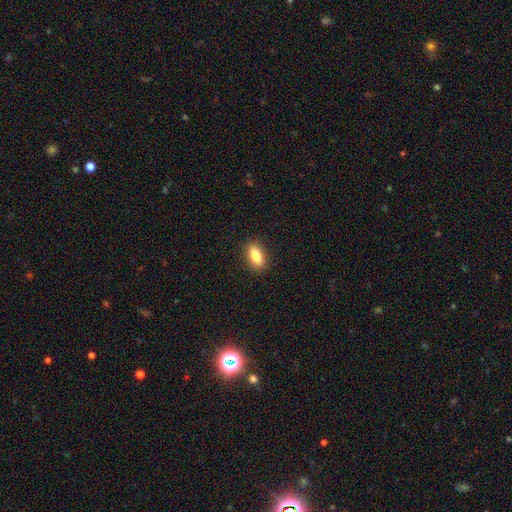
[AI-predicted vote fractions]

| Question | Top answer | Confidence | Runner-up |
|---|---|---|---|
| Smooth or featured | smooth | 86% | star or artifact (7%) |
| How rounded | in between | 85% | cigar-shaped (10%) |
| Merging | none | 89% | minor disturbance (8%) |